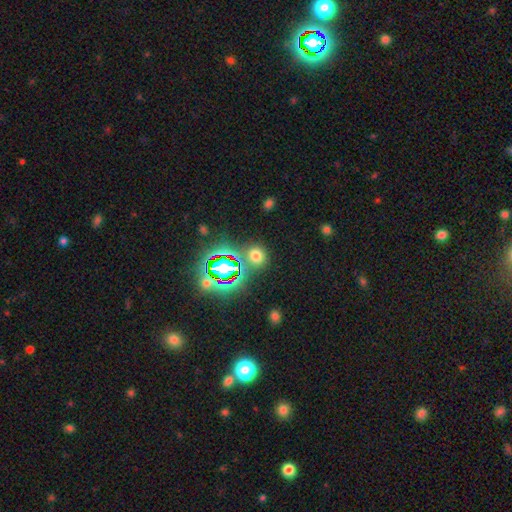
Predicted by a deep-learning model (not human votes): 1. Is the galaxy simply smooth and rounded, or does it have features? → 59% smooth, 34% star or artifact, 7% featured or disk.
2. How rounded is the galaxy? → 80% round, 19% in between, 1% cigar-shaped.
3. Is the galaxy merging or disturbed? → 80% none, 9% minor disturbance, 8% merger, 4% major disturbance.